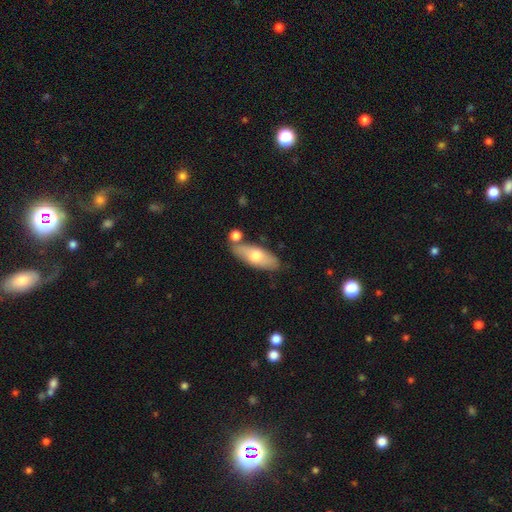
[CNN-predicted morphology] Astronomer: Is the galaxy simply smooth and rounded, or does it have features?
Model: smooth — 63%.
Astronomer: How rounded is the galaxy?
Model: in between — 72%.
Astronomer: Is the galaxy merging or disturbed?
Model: none — 70%.